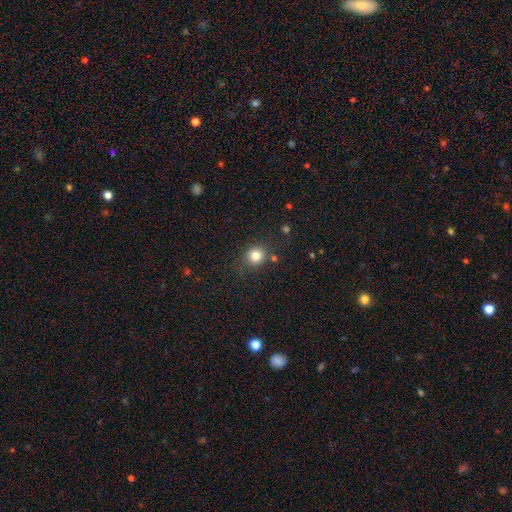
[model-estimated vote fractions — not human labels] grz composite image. It shows a smooth galaxy with no disk features (81%) that is round (88%). Merging: none (82%).